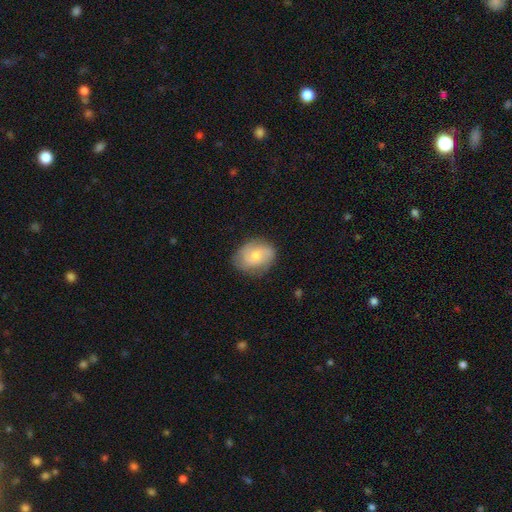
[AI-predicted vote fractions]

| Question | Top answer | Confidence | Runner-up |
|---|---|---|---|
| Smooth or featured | smooth | 61% | featured or disk (32%) |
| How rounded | in between | 56% | round (43%) |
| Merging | none | 74% | minor disturbance (19%) |